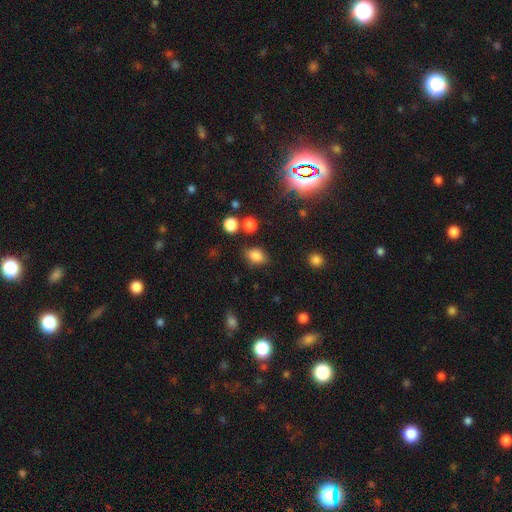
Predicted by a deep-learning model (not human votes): Smooth or featured?
  - smooth: 82% *
  - star or artifact: 12%
  - featured or disk: 6%
How rounded?
  - in between: 69% *
  - round: 30%
  - cigar-shaped: 1%
Merging?
  - none: 75% *
  - minor disturbance: 16%
  - merger: 5%
  - major disturbance: 5%